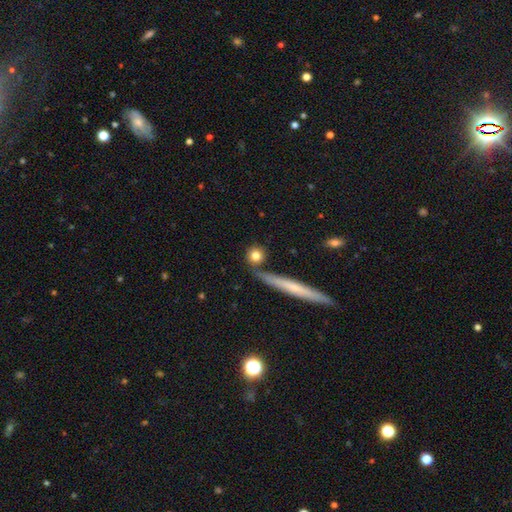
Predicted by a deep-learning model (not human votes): Smooth or featured? smooth (80%)
How rounded? round (82%)
Merging? none (76%)